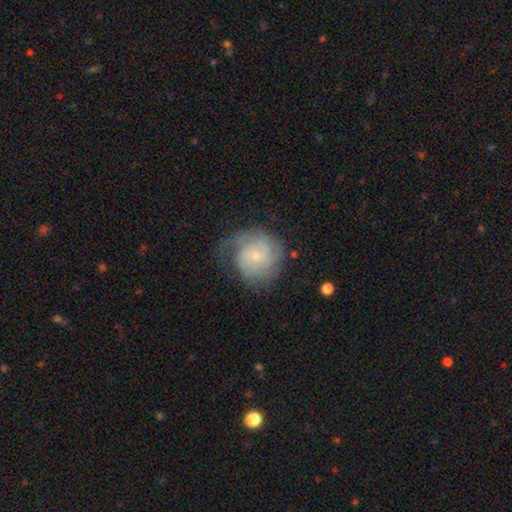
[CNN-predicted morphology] Smooth or featured?
  - featured or disk: 66% *
  - smooth: 27%
  - star or artifact: 7%
Edge-on disk?
  - no: 98% *
  - yes: 2%
Bar?
  - no: 72% *
  - weak: 25%
  - strong: 3%
Spiral arms?
  - yes: 89% *
  - no: 11%
Spiral winding?
  - tight: 52% *
  - medium: 33%
  - loose: 14%
Spiral arm count?
  - can't tell: 36% *
  - 2: 27%
  - 1: 15%
  - 3: 13%
  - 4: 5%
  - more than 4: 4%
Bulge size?
  - small: 70% *
  - moderate: 23%
  - none: 5%
  - large: 2%
  - dominant: 1%
Merging?
  - none: 55% *
  - minor disturbance: 25%
  - major disturbance: 19%
  - merger: 2%